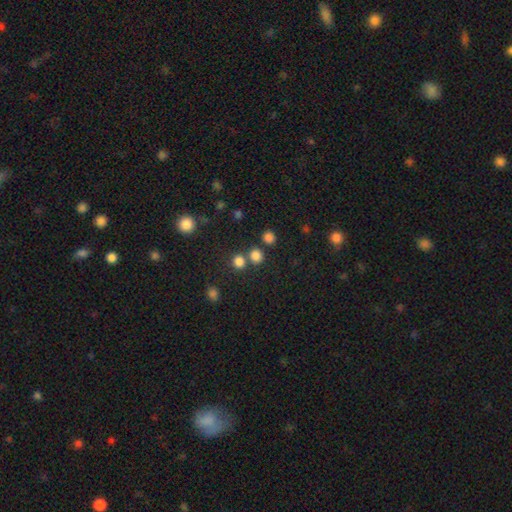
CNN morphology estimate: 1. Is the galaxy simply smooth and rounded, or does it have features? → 79% smooth, 16% star or artifact, 5% featured or disk.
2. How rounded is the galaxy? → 86% round, 13% in between, 1% cigar-shaped.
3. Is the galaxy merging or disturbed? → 70% none, 20% merger, 7% minor disturbance, 3% major disturbance.